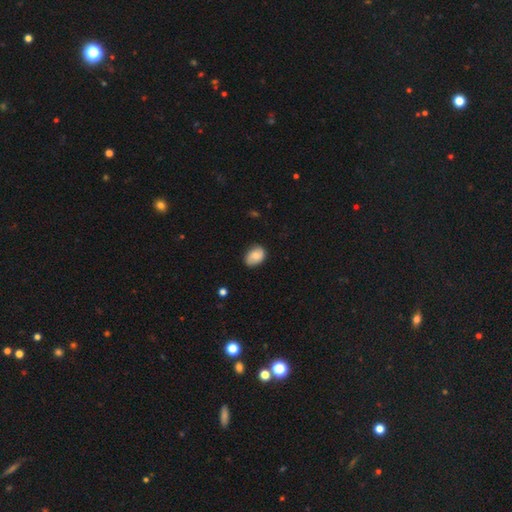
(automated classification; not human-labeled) The model was most divided on "how rounded": in between: 76%, round: 23%, cigar-shaped: 1%. More confident: merging — none (75%); smooth or featured — smooth (73%).